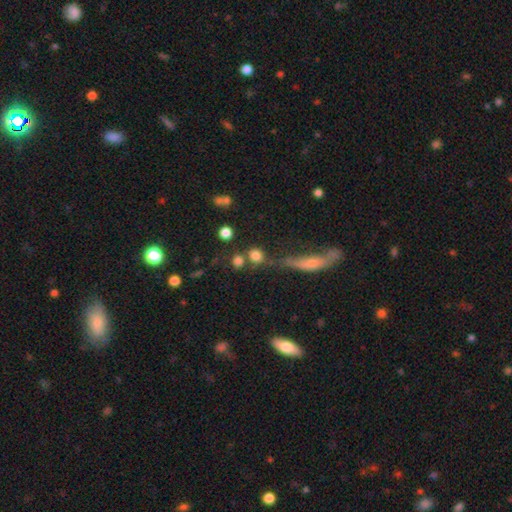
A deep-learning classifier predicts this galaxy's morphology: Smooth or featured: smooth — 79% (star or artifact — 12%)
How rounded: round — 84% (in between — 13%)
Merging: none — 62% (merger — 22%)